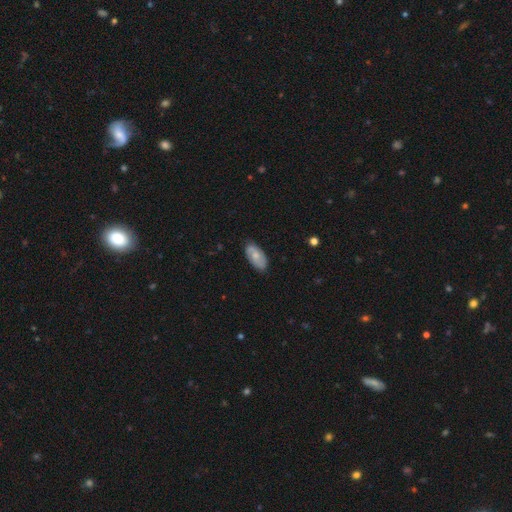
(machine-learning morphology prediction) smooth 51%, featured or disk 43%, star or artifact 6%. Down the decision tree: how rounded — in between (92%); merging — none (81%).